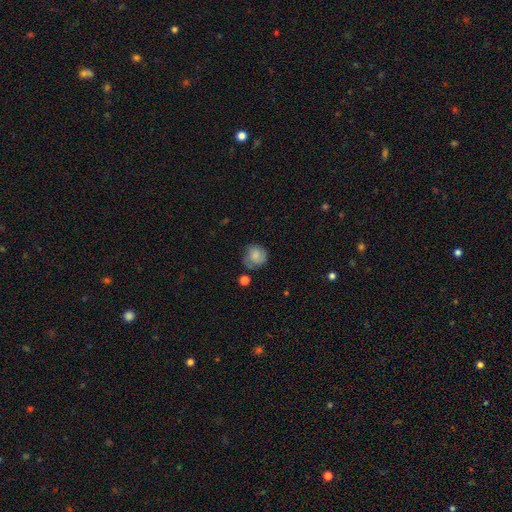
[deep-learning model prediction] Smooth or featured? Predicted: smooth (p=0.64). How rounded? Predicted: round (p=0.83). Merging? Predicted: none (p=0.63).